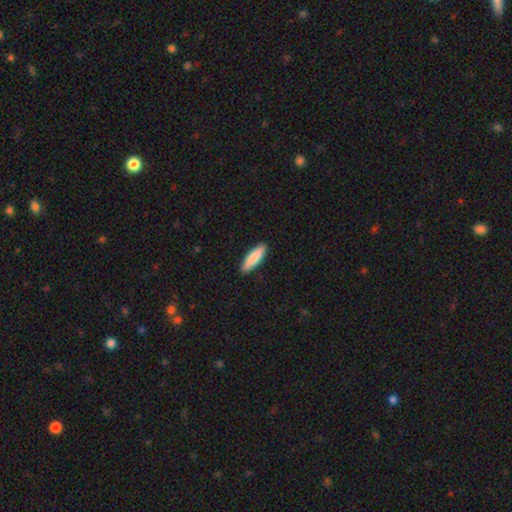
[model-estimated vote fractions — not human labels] This appears to be a smooth galaxy with no disk features (85%) that is cigar-shaped (64%). Merging: none (90%).